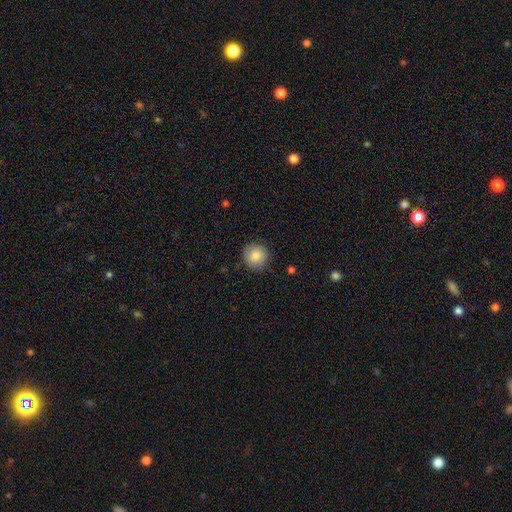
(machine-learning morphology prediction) type=smooth (85%); roundness=round (93%); merging=none (87%).